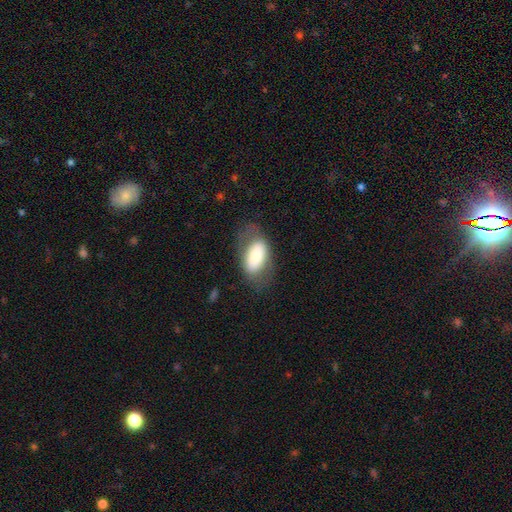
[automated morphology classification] smooth 67%, featured or disk 26%, star or artifact 7%. Down the decision tree: how rounded — in between (92%); merging — none (66%).